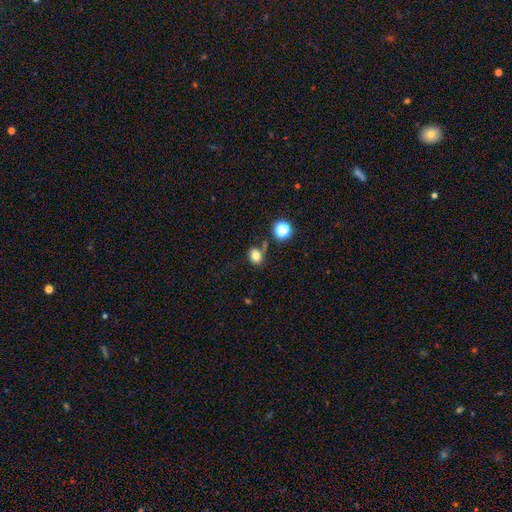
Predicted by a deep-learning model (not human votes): smooth-or-featured: smooth: 78% | star or artifact: 15% | featured or disk: 8%
  how-rounded: round: 53% | in between: 46% | cigar-shaped: 1%
  merging: none: 64% | minor disturbance: 18% | merger: 11% | major disturbance: 7%